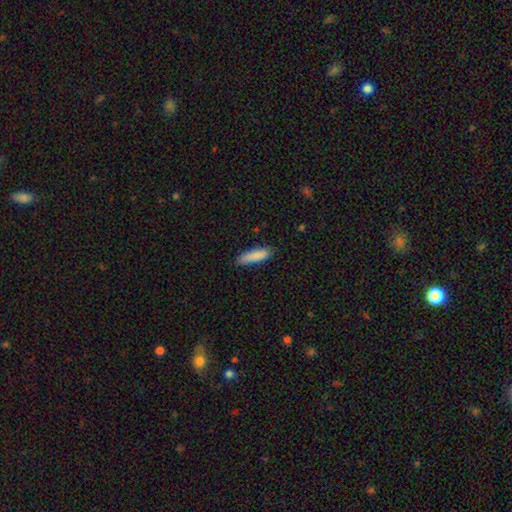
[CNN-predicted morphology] Smooth or featured: smooth — 87% (featured or disk — 7%)
How rounded: cigar-shaped — 66% (in between — 32%)
Merging: none — 81% (minor disturbance — 15%)